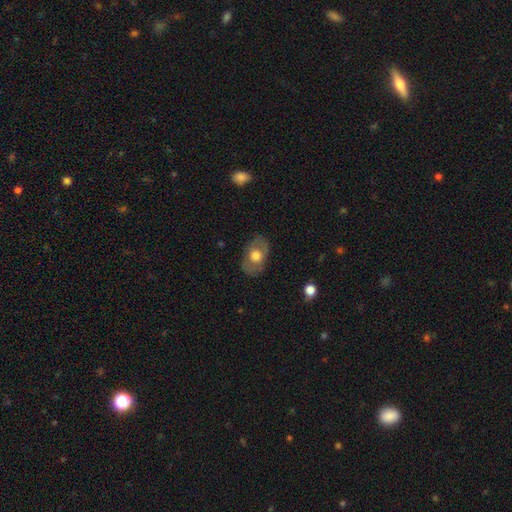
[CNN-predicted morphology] smooth-or-featured: smooth: 56% | featured or disk: 37% | star or artifact: 7%
  how-rounded: in between: 80% | round: 18% | cigar-shaped: 1%
  merging: none: 79% | minor disturbance: 15% | major disturbance: 5% | merger: 1%